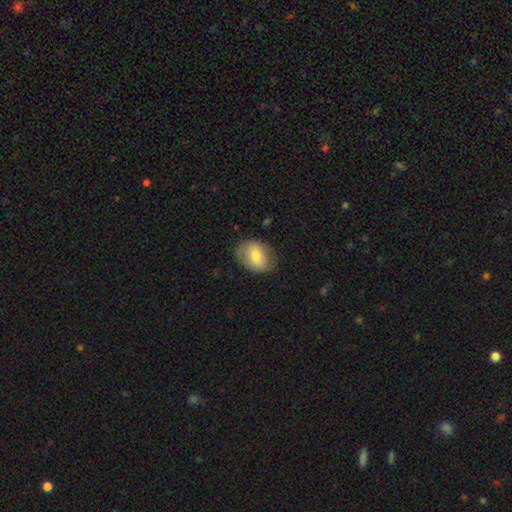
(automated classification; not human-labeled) Q: Smooth or featured?
A: smooth (68%); runner-up: featured or disk (26%)
Q: How rounded?
A: in between (71%); runner-up: round (28%)
Q: Merging?
A: none (74%); runner-up: minor disturbance (19%)